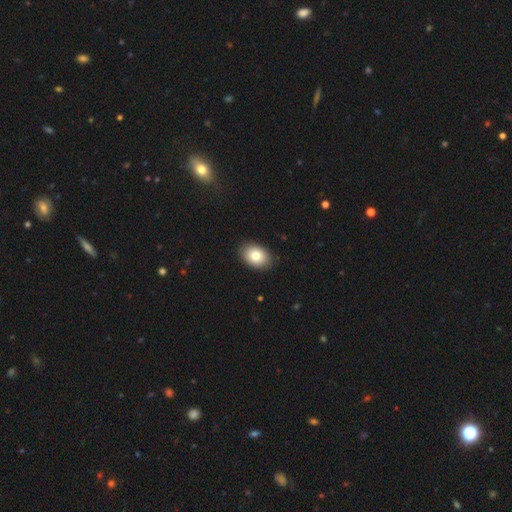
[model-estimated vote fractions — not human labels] Smooth or featured? smooth (82%)
How rounded? in between (79%)
Merging? none (89%)